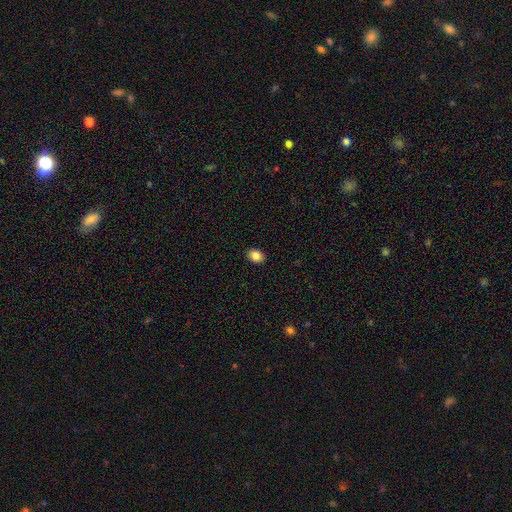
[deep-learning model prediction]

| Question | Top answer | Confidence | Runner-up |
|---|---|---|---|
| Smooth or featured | smooth | 86% | star or artifact (9%) |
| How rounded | in between | 65% | round (34%) |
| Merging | none | 91% | minor disturbance (6%) |